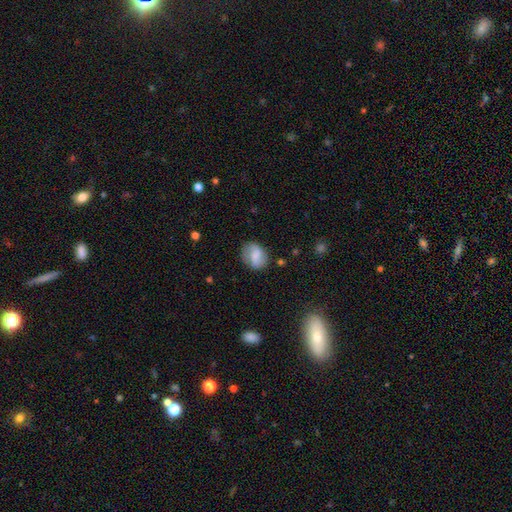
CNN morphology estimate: The model was most divided on "smooth or featured": smooth: 48%, featured or disk: 44%, star or artifact: 8%. More confident: merging — none (74%).